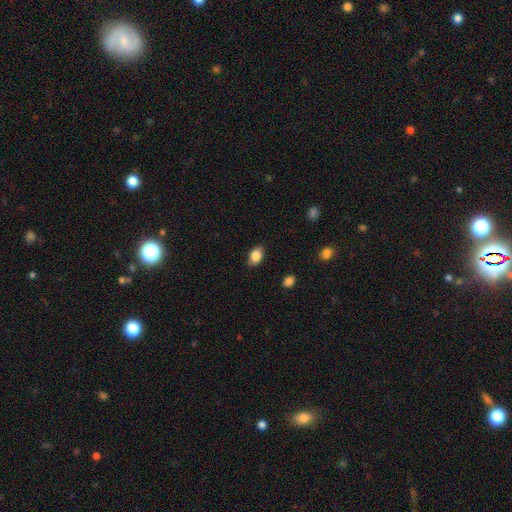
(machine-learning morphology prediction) Smooth or featured: smooth — 86% (star or artifact — 8%)
How rounded: in between — 88% (round — 11%)
Merging: none — 85% (minor disturbance — 12%)